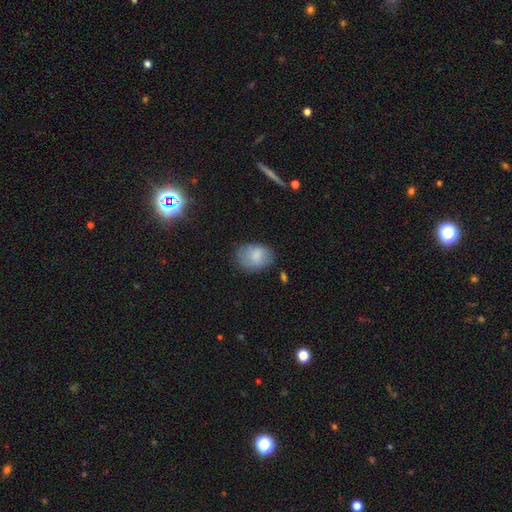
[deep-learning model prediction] Morphology: type=smooth (82%); roundness=in between (77%); merging=none (69%).